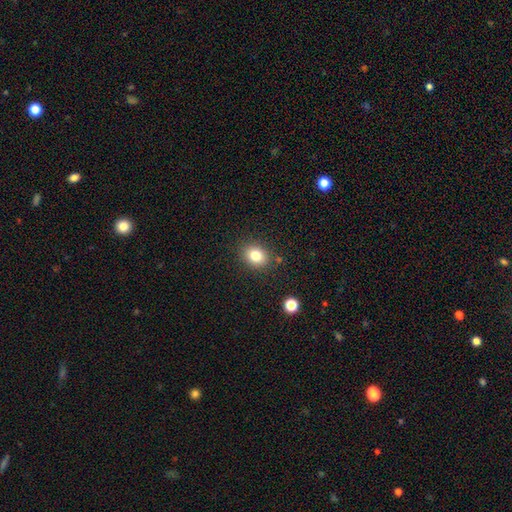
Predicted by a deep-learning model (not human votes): smooth-or-featured: smooth: 80% | star or artifact: 12% | featured or disk: 8%
  how-rounded: round: 57% | in between: 42% | cigar-shaped: 1%
  merging: none: 85% | minor disturbance: 10% | major disturbance: 3% | merger: 3%